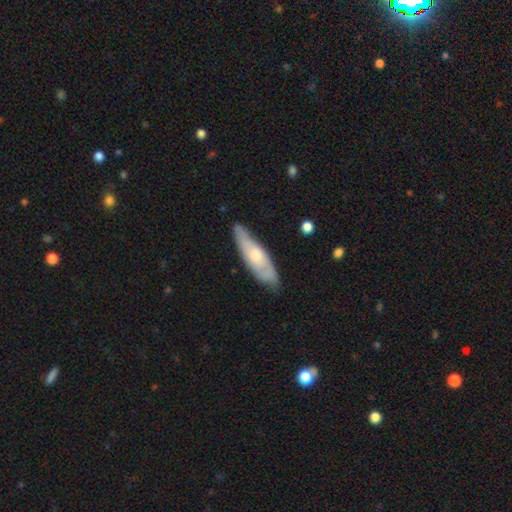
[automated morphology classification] type=smooth (52%); roundness=cigar-shaped (62%); merging=none (75%).